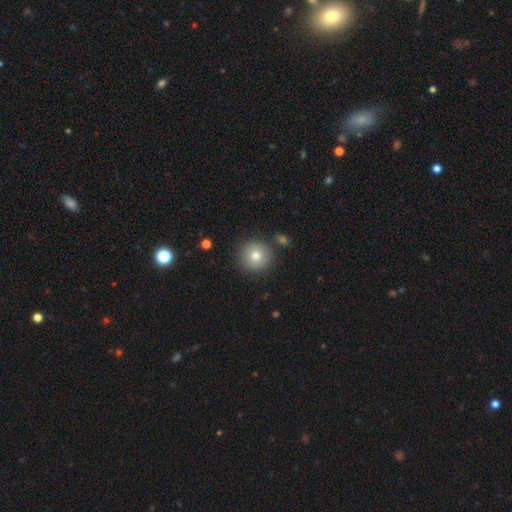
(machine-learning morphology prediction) A smooth galaxy with no disk features (78%) that is round (96%).

Vote fractions:
- Smooth or featured? smooth: 78% / featured or disk: 11% / star or artifact: 11%
- How rounded? round: 96% / in between: 3% / cigar-shaped: 1%
- Merging? none: 86% / minor disturbance: 8% / merger: 4% / major disturbance: 2%